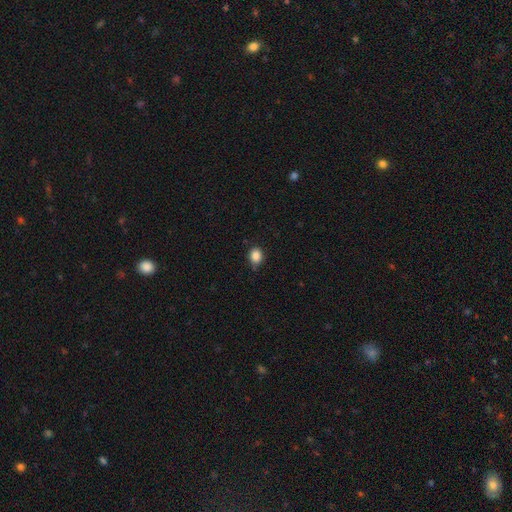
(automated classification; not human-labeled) smooth 86%, star or artifact 10%, featured or disk 4%. Down the decision tree: how rounded — round (58%); merging — none (77%).